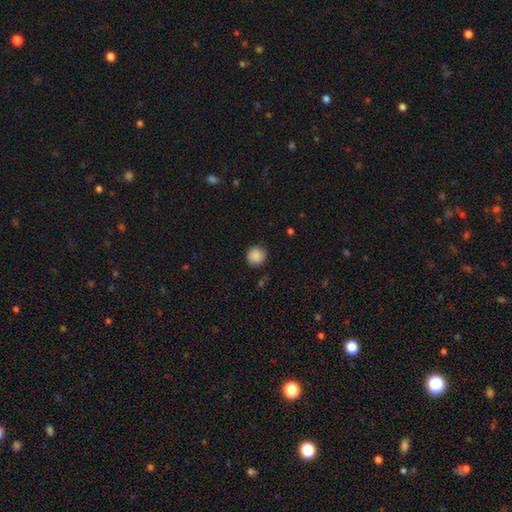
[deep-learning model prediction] Smooth or featured? smooth (87%)
How rounded? round (89%)
Merging? none (82%)